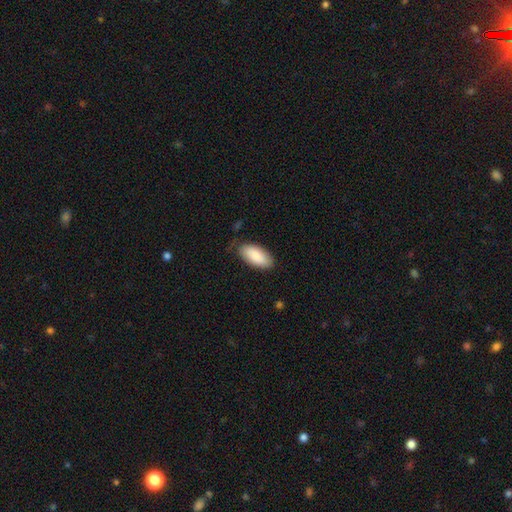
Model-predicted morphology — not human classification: Smooth or featured? smooth (88%)
How rounded? in between (93%)
Merging? none (71%)